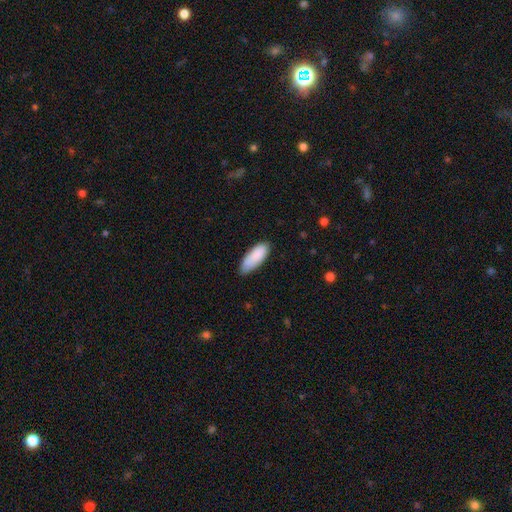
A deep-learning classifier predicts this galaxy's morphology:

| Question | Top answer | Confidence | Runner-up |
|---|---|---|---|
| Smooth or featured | smooth | 88% | featured or disk (6%) |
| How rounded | in between | 74% | cigar-shaped (25%) |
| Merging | none | 74% | minor disturbance (21%) |